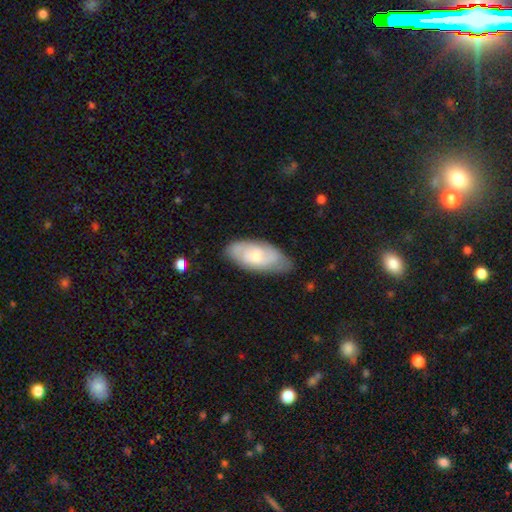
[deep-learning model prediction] Overall: featured or disk (61%; smooth 34%). Edge-on disk: no (93%). Bar: no (61%; weak 34%). Spiral arms: yes (87%). Bulge size: small (58%; moderate 36%). Merging: none (74%).